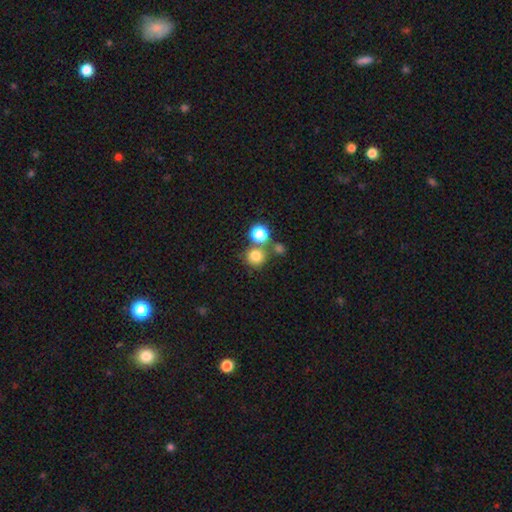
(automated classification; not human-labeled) Smooth or featured? Predicted: smooth (p=0.78). How rounded? Predicted: round (p=0.89). Merging? Predicted: none (p=0.63).